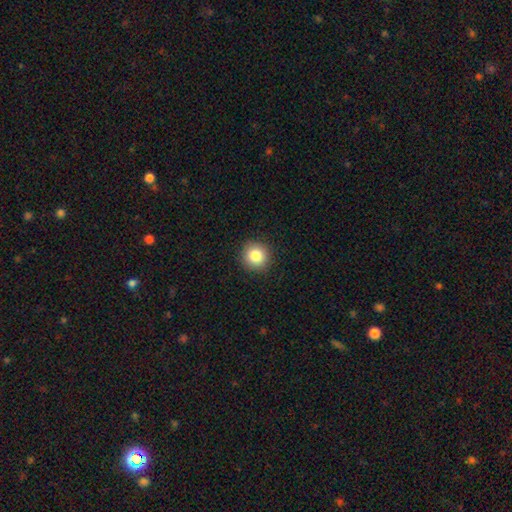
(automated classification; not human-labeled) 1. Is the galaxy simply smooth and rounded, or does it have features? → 84% smooth, 10% star or artifact, 6% featured or disk.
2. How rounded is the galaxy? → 93% round, 6% in between, 1% cigar-shaped.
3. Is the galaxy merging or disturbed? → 92% none, 6% minor disturbance, 2% major disturbance, 1% merger.